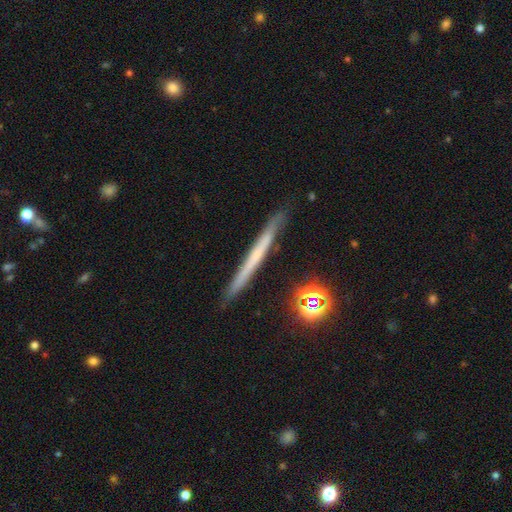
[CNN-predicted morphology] smooth-or-featured: featured or disk: 50% | smooth: 41% | star or artifact: 9%
  disk-edge-on: yes: 95% | no: 5%
  merging: none: 88% | minor disturbance: 9% | major disturbance: 2% | merger: 2%